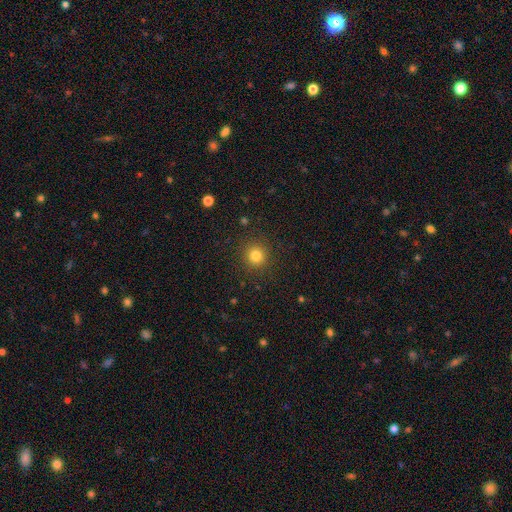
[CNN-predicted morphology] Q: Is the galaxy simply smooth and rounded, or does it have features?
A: smooth — 81%.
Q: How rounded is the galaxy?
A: round — 93%.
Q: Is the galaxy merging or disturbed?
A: none — 90%.